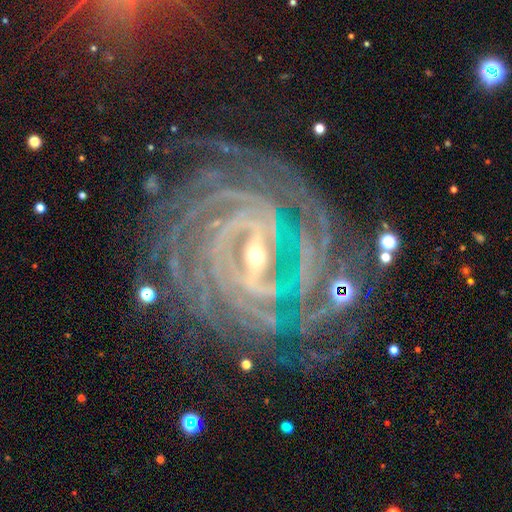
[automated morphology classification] The model was most divided on "spiral arm count": more than 4: 27%, 4: 23%, can't tell: 16%, 3: 13%, 2: 12%, 1: 8%. More confident: spiral arms — yes (98%); edge-on disk — no (97%); smooth or featured — featured or disk (93%); spiral winding — tight (81%); merging — none (73%); bulge size — small (69%); bar — strong (58%).